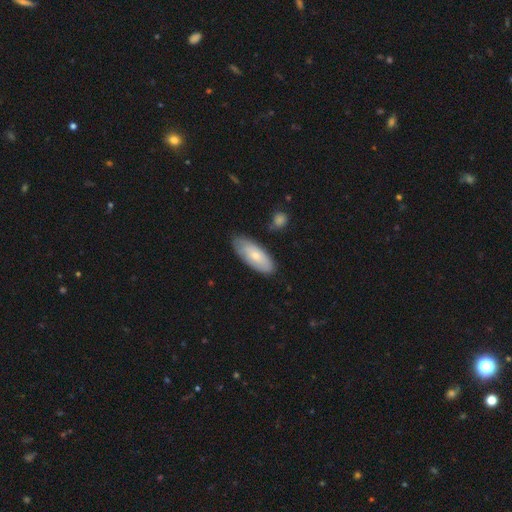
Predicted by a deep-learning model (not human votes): Morphology: type=smooth (58%); roundness=in between (82%); merging=none (76%).